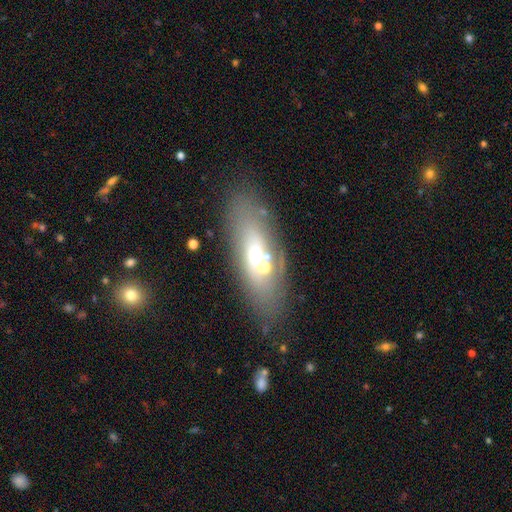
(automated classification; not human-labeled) This is marginally a smooth galaxy (44%). Merging: likely none (67%).